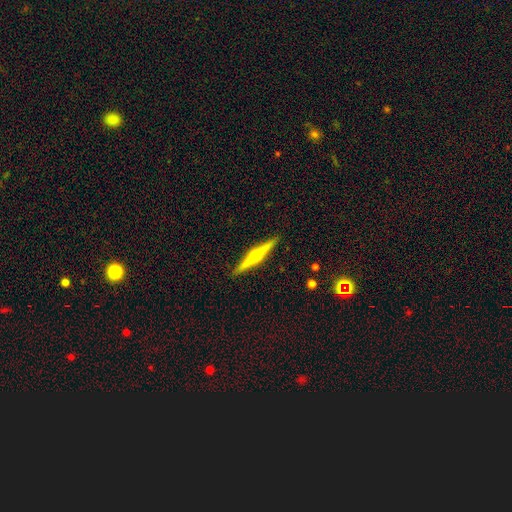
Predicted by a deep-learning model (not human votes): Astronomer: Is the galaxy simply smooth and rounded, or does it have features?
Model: featured or disk — 77%.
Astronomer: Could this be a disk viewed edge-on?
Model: yes — 98%.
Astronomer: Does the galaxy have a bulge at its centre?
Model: rounded — 95%.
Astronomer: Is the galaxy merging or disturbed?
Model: none — 92%.